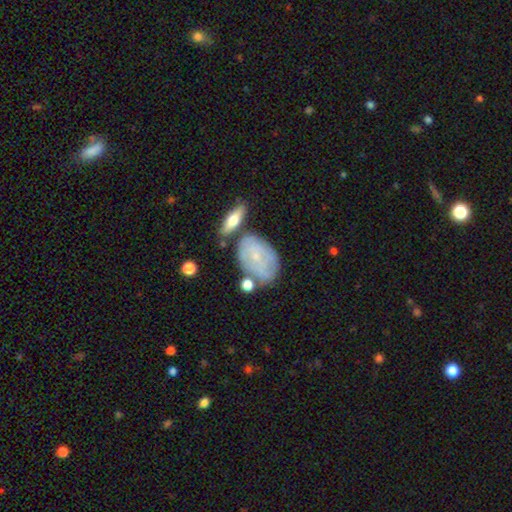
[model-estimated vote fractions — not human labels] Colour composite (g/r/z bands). It shows a featured or disk galaxy (55%). Merging: none (56%).